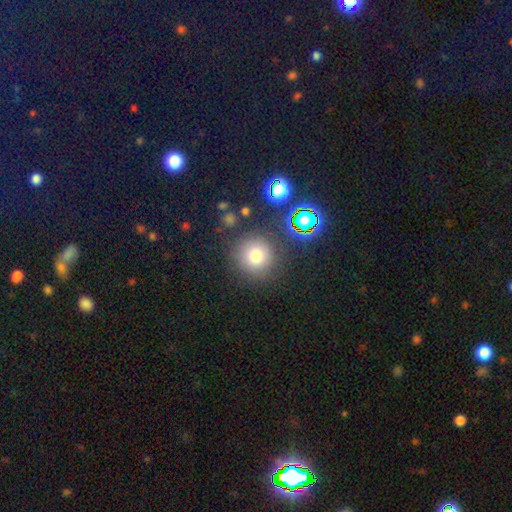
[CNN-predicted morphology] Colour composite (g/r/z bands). It shows a smooth galaxy with no disk features (75%) that is round (94%). Merging: none (84%).